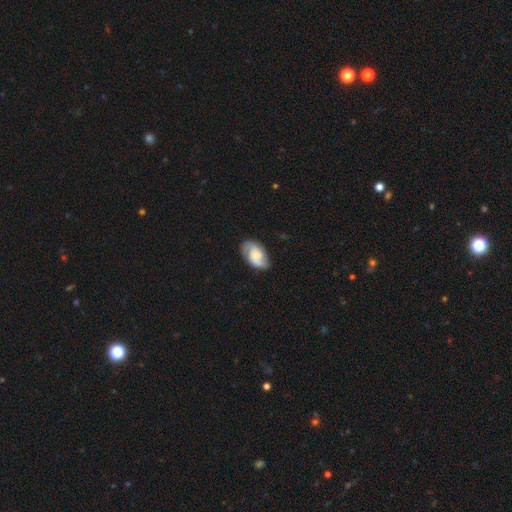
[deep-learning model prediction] Smooth or featured? Predicted: featured or disk (p=0.64). Edge-on disk? Predicted: no (p=0.97). Bar? Predicted: no (p=0.60). Spiral arms? Predicted: yes (p=0.93). Spiral winding? Predicted: medium (p=0.46). Spiral arm count? Predicted: 2 (p=0.84). Bulge size? Predicted: small (p=0.29). Merging? Predicted: none (p=0.76).